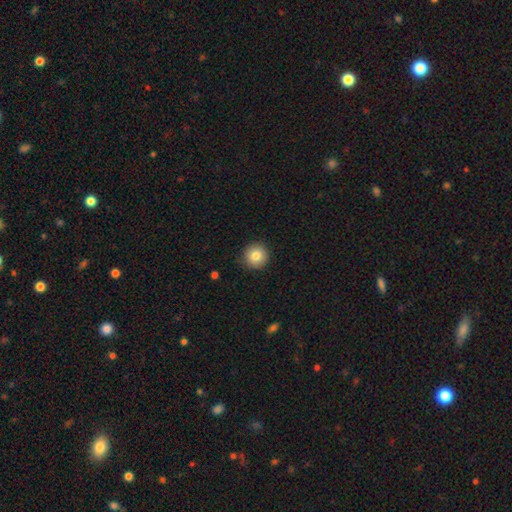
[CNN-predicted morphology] A smooth galaxy with no disk features (82%) that is round (95%).

Vote fractions:
- Smooth or featured? smooth: 82% / star or artifact: 10% / featured or disk: 8%
- How rounded? round: 95% / in between: 4% / cigar-shaped: 1%
- Merging? none: 90% / minor disturbance: 7% / major disturbance: 2% / merger: 1%